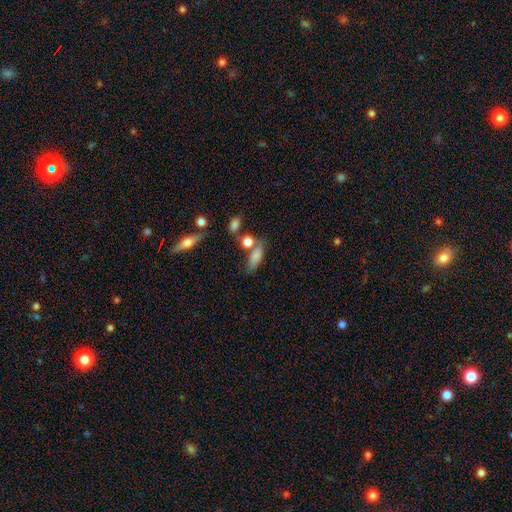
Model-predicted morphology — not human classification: This appears to be a smooth galaxy with no disk features (79%) that is in between round and cigar-shaped (69%). Merging: none (54%).